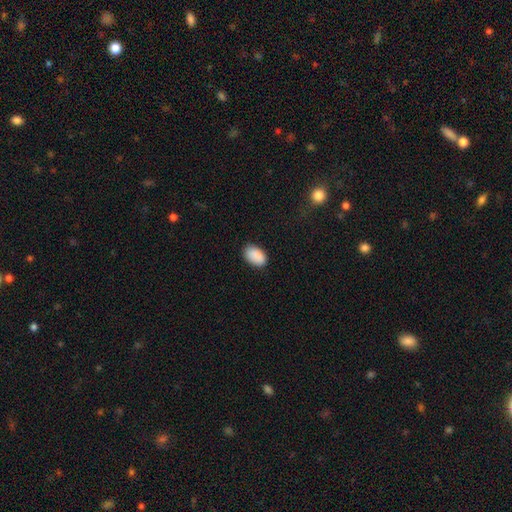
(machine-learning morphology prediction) Q: Smooth or featured?
A: smooth (90%); runner-up: star or artifact (7%)
Q: How rounded?
A: in between (91%); runner-up: round (7%)
Q: Merging?
A: none (84%); runner-up: minor disturbance (12%)